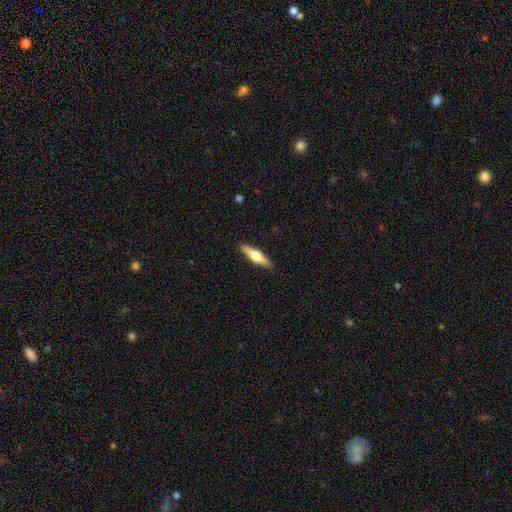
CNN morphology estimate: Smooth or featured: featured or disk — 55% (smooth — 40%)
Edge-on disk: yes — 95% (no — 5%)
Edge-on bulge: rounded — 94% (boxy — 4%)
Merging: none — 90% (minor disturbance — 7%)